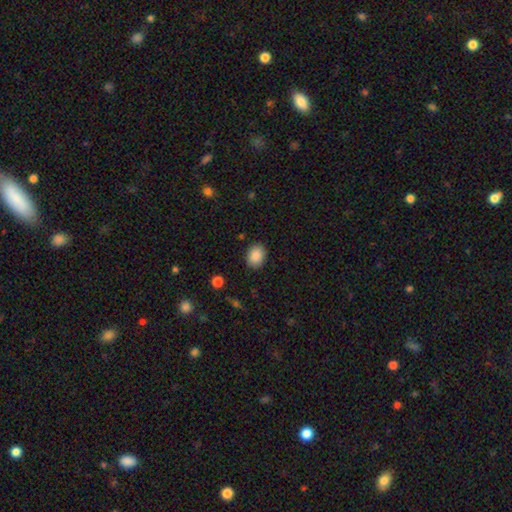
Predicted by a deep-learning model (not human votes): Smooth or featured: smooth — 89% (star or artifact — 8%)
How rounded: in between — 61% (round — 38%)
Merging: none — 88% (minor disturbance — 9%)